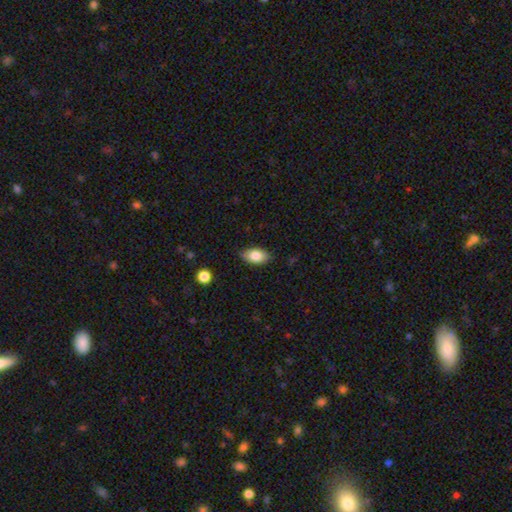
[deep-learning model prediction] This appears to be a smooth galaxy with no disk features (83%) that is in between round and cigar-shaped (91%). Merging: none (82%).